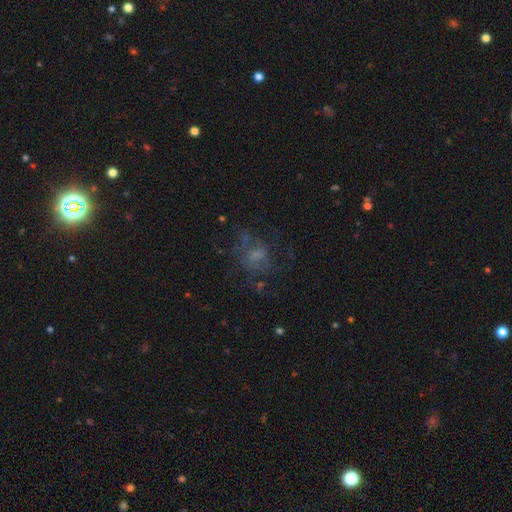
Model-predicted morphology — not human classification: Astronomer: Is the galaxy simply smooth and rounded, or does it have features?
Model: featured or disk — 42% (runner-up: smooth, 38%).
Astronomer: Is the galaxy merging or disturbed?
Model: none — 49% (runner-up: major disturbance, 29%).